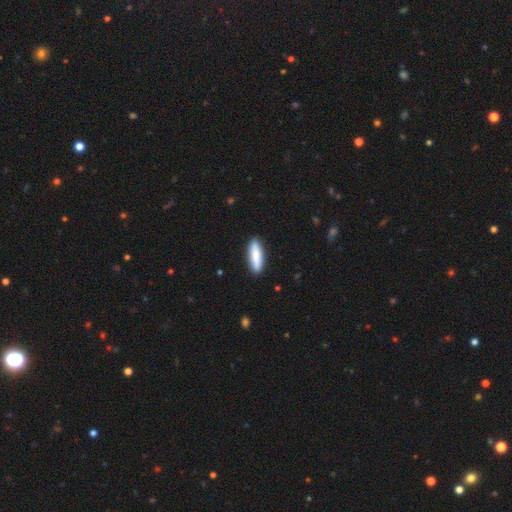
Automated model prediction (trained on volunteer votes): smooth-or-featured: smooth: 84% | featured or disk: 11% | star or artifact: 5%
  how-rounded: cigar-shaped: 58% | in between: 40% | round: 2%
  merging: none: 89% | minor disturbance: 8% | major disturbance: 2% | merger: 1%